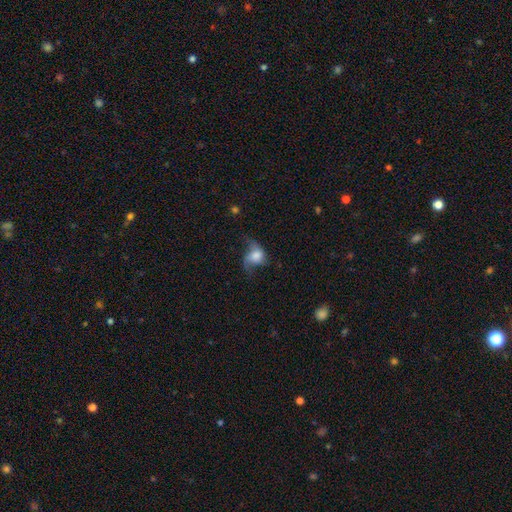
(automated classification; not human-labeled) Q: Smooth or featured?
A: smooth (51%); runner-up: featured or disk (40%)
Q: How rounded?
A: in between (60%); runner-up: round (38%)
Q: Merging?
A: major disturbance (39%); runner-up: none (34%)